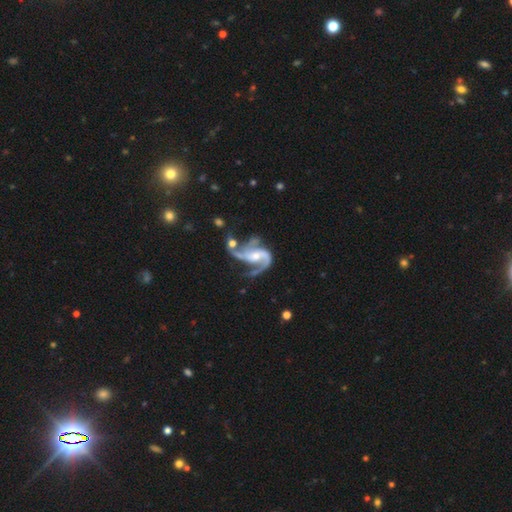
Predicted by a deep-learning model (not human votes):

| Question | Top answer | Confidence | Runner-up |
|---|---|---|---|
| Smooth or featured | featured or disk | 91% | star or artifact (5%) |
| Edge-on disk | no | 98% | yes (2%) |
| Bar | no | 44% | weak (37%) |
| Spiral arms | yes | 98% | no (2%) |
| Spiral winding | medium | 50% | loose (37%) |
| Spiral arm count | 2 | 52% | 3 (32%) |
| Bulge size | moderate | 48% | small (45%) |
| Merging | none | 36% | major disturbance (26%) |